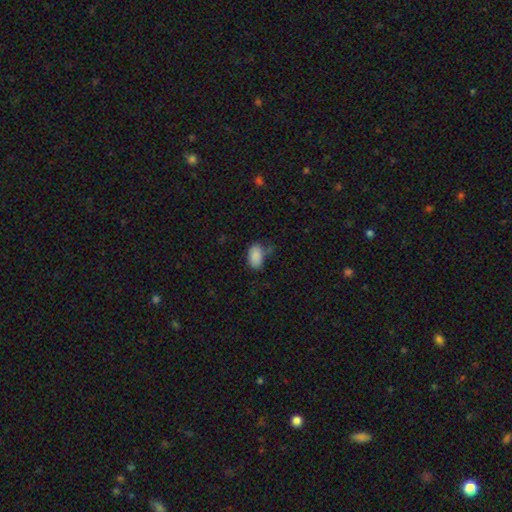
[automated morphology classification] A smooth galaxy with no disk features (87%) that is in between round and cigar-shaped (92%).

Vote fractions:
- Smooth or featured? smooth: 87% / star or artifact: 8% / featured or disk: 5%
- How rounded? in between: 92% / round: 6% / cigar-shaped: 2%
- Merging? none: 62% / minor disturbance: 26% / major disturbance: 7% / merger: 5%